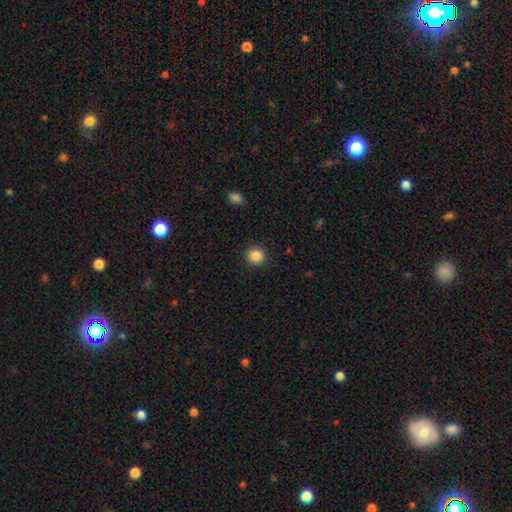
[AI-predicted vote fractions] Smooth or featured? Predicted: smooth (p=0.87). How rounded? Predicted: round (p=0.90). Merging? Predicted: none (p=0.90).